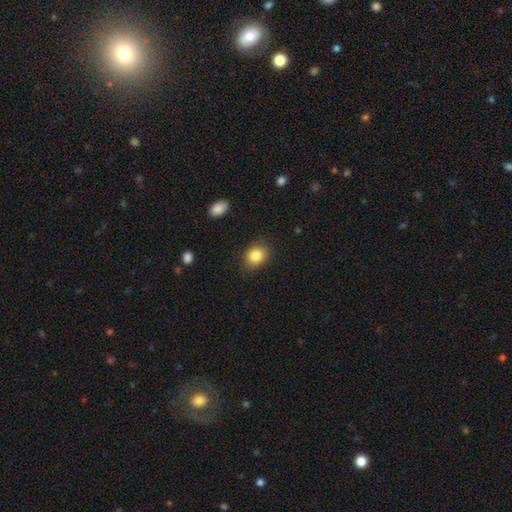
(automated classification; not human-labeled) smooth-or-featured: smooth: 84% | star or artifact: 9% | featured or disk: 6%
  how-rounded: round: 59% | in between: 40% | cigar-shaped: 1%
  merging: none: 84% | minor disturbance: 12% | major disturbance: 3% | merger: 1%